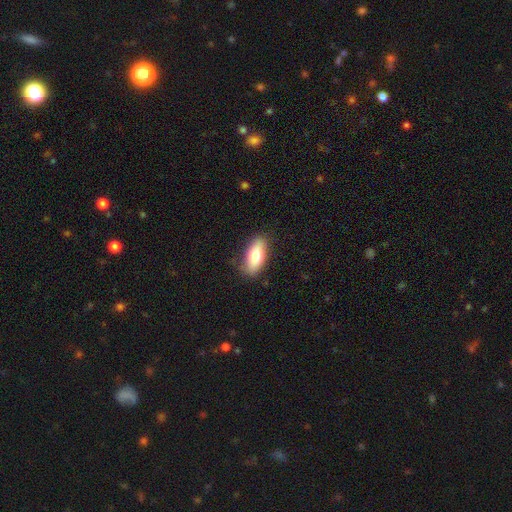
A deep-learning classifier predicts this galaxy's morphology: smooth 75%, featured or disk 19%, star or artifact 6%. Down the decision tree: how rounded — in between (84%); merging — none (83%).